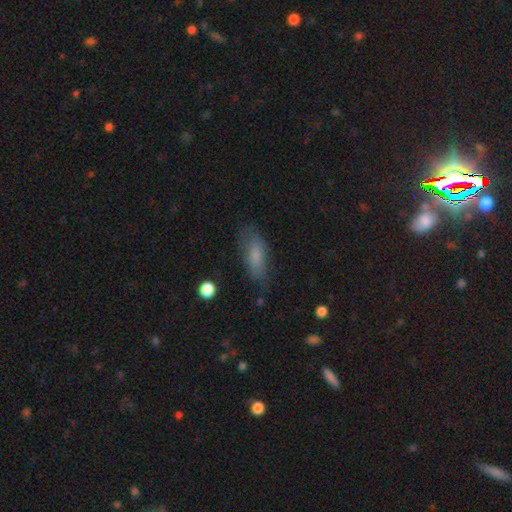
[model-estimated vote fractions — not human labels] Smooth or featured? smooth (74%)
How rounded? in between (68%)
Merging? none (70%)